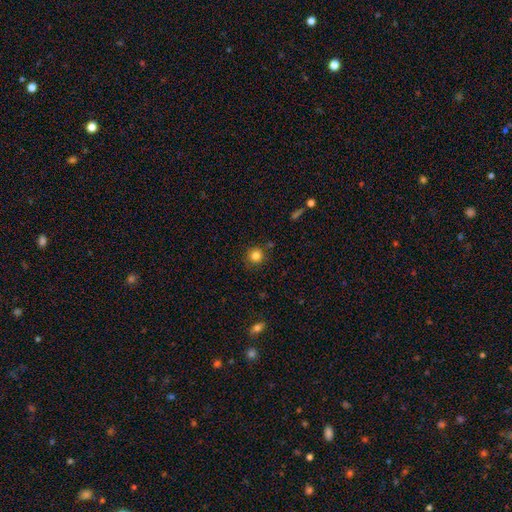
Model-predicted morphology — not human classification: This appears to be a smooth galaxy with no disk features (82%) that is round (92%). Merging: none (83%).